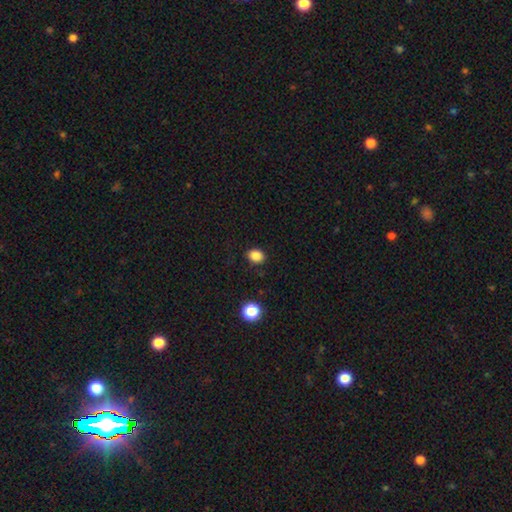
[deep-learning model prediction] A smooth galaxy with no disk features (85%) that is in between round and cigar-shaped (51%). Merging: none (88%).